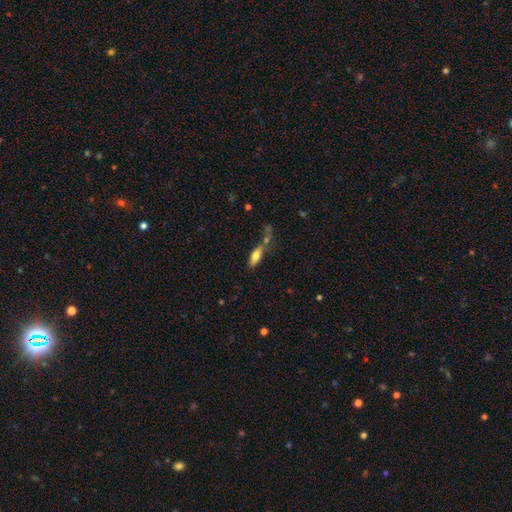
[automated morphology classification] Smooth or featured? Predicted: smooth (p=0.68). How rounded? Predicted: in between (p=0.61). Merging? Predicted: none (p=0.40).